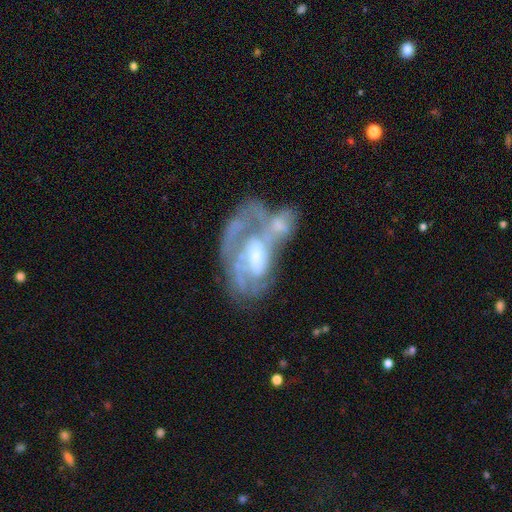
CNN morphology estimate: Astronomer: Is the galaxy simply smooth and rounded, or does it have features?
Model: featured or disk — 76%.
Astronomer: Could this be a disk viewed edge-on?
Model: no — 95%.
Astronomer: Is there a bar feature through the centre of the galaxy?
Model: no — 44% (runner-up: weak, 39%).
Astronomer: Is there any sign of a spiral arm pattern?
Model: yes — 66%.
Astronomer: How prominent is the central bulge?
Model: small — 40% (runner-up: moderate, 38%).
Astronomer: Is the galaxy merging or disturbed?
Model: merger — 53%.